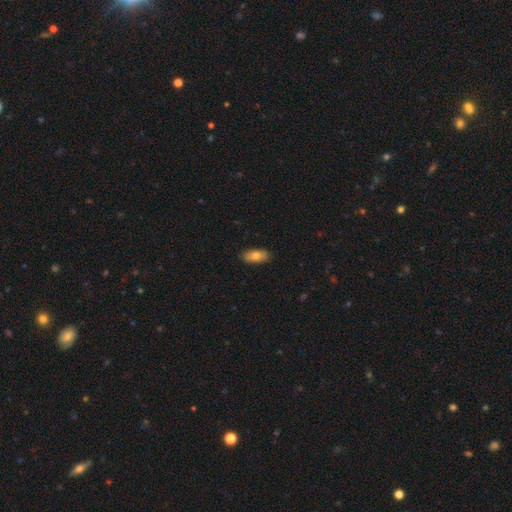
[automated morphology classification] type=smooth (75%); roundness=in between (88%); merging=none (87%).